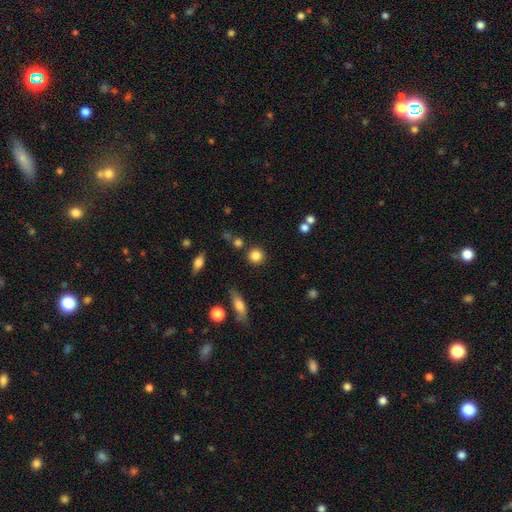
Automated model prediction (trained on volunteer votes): The model was most divided on "smooth or featured": smooth: 84%, star or artifact: 10%, featured or disk: 5%. More confident: how rounded — round (92%); merging — none (86%).